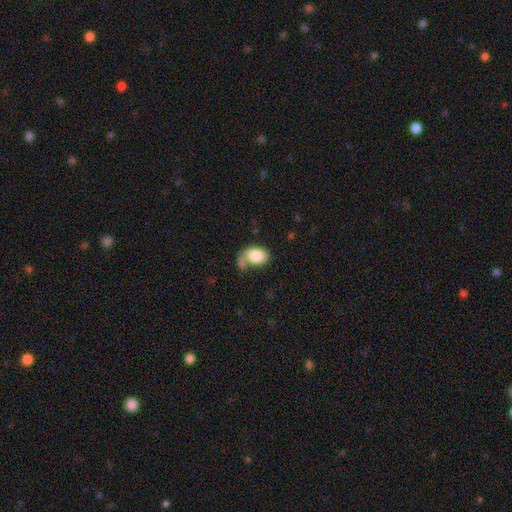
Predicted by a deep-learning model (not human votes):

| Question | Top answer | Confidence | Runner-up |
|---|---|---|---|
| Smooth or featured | smooth | 82% | featured or disk (11%) |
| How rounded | in between | 75% | round (24%) |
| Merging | none | 41% | merger (24%) |